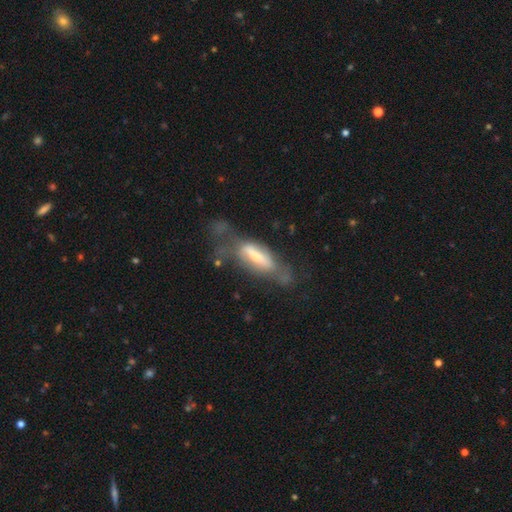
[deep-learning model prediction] featured or disk 51%, smooth 41%, star or artifact 8%. Down the decision tree: edge-on disk — no (63%); merging — major disturbance (37%).